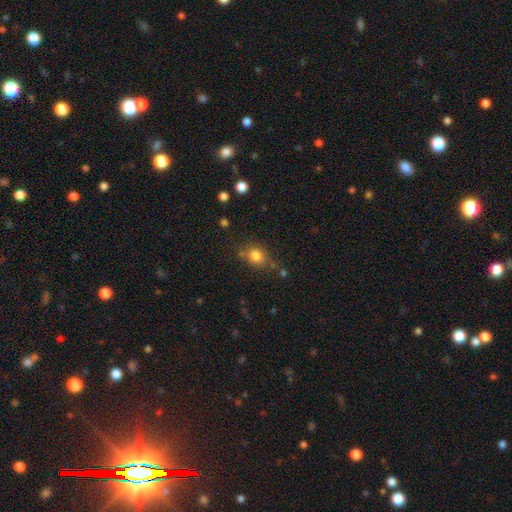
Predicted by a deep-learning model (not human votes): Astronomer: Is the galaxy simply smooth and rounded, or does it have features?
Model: smooth — 81%.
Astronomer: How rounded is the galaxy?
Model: round — 65%.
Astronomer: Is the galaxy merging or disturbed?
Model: none — 68%.